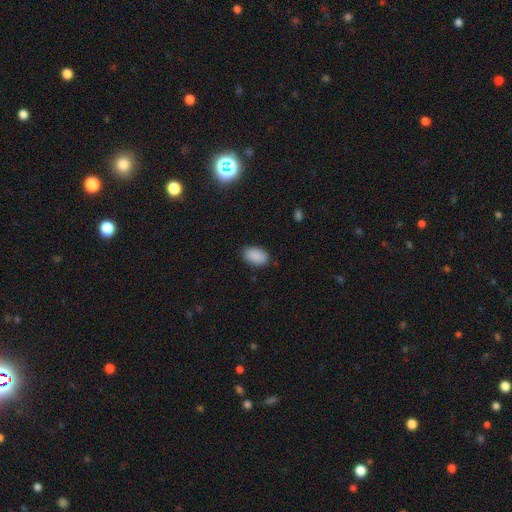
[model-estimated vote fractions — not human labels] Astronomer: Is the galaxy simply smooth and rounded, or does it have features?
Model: smooth — 89%.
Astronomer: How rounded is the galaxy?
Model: in between — 89%.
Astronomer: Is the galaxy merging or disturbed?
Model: none — 85%.